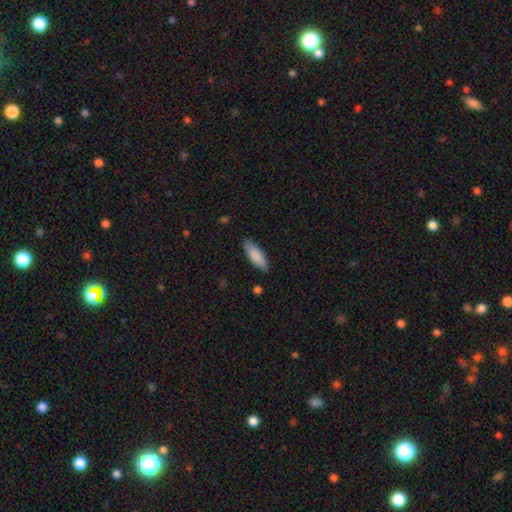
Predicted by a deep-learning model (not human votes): Q: Smooth or featured?
A: smooth (87%); runner-up: featured or disk (8%)
Q: How rounded?
A: in between (58%); runner-up: cigar-shaped (41%)
Q: Merging?
A: none (84%); runner-up: minor disturbance (12%)